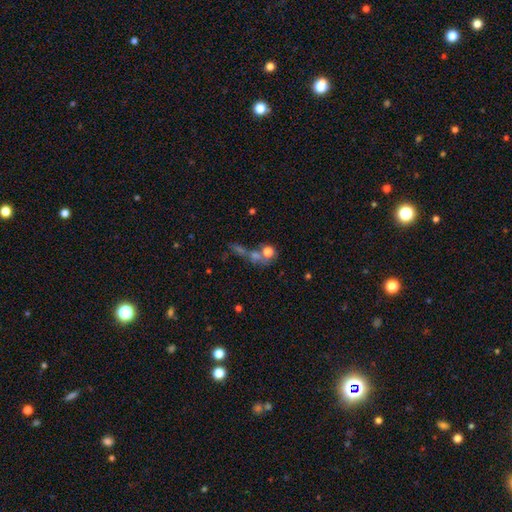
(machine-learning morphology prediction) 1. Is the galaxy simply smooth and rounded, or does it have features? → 46% smooth, 29% star or artifact, 25% featured or disk.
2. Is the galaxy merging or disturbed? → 41% merger, 40% none, 11% major disturbance, 9% minor disturbance.